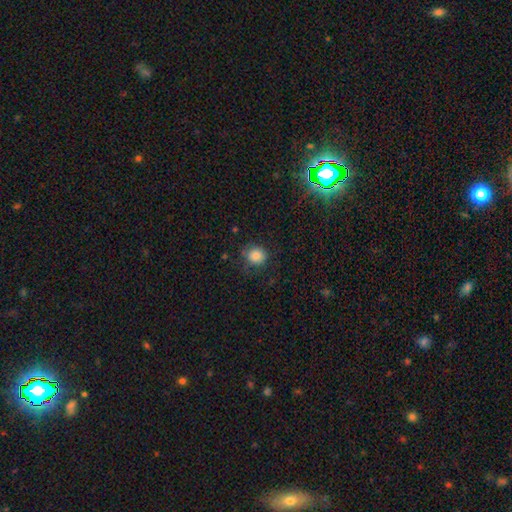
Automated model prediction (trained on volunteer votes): This appears to be a smooth galaxy with no disk features (84%) that is round (87%). Merging: none (80%).